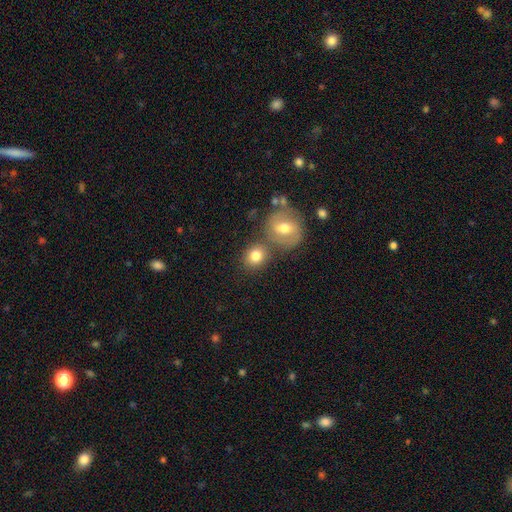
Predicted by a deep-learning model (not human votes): Morphology: type=smooth (78%); roundness=round (70%); merging=none (58%).